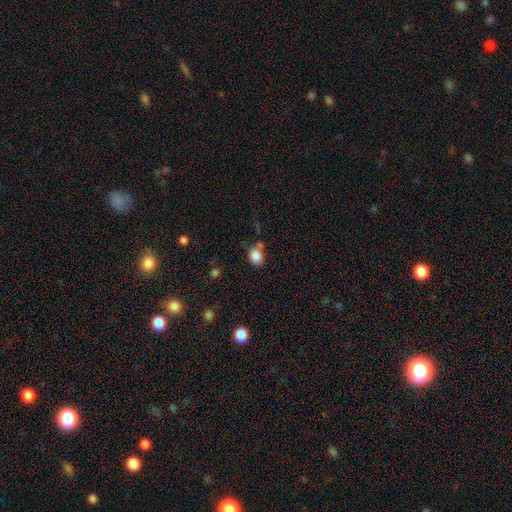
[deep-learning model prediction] Smooth or featured?
  - smooth: 85% *
  - star or artifact: 10%
  - featured or disk: 6%
How rounded?
  - round: 56% *
  - in between: 43%
  - cigar-shaped: 1%
Merging?
  - none: 60% *
  - minor disturbance: 21%
  - merger: 13%
  - major disturbance: 6%